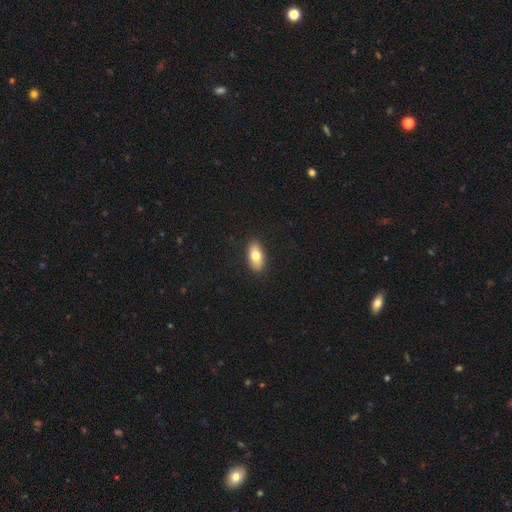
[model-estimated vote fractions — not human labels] This is likely a smooth galaxy (75%). How rounded: clearly in between (90%). Merging: clearly none (89%).